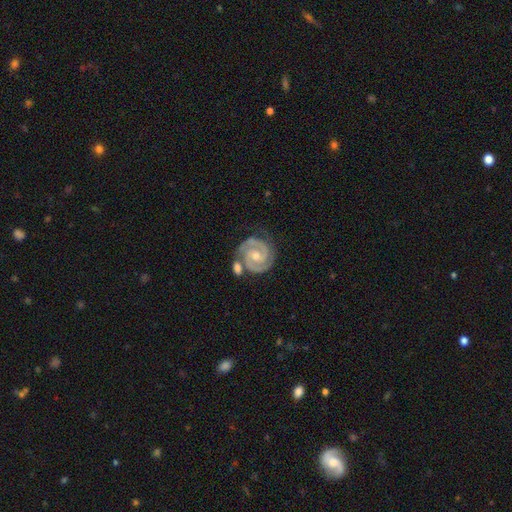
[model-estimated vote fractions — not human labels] featured or disk 92%, smooth 4%, star or artifact 4%. Down the decision tree: edge-on disk — no (98%); bar — no (57%); spiral arms — yes (99%); spiral arm count — 2 (88%); spiral winding — tight (72%); bulge size — moderate (51%); merging — none (67%).